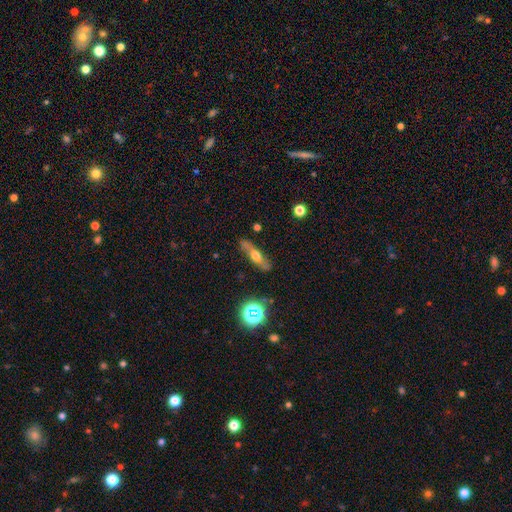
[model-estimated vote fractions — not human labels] Q: Smooth or featured?
A: featured or disk (47%); runner-up: smooth (42%)
Q: Merging?
A: none (78%); runner-up: minor disturbance (15%)